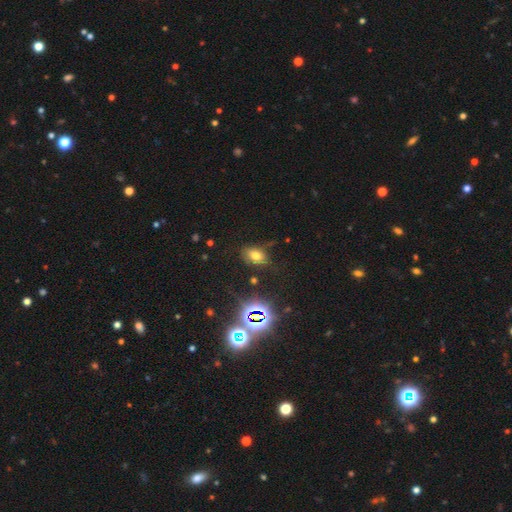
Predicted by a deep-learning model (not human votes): smooth_or_featured: smooth (p=0.63) [alt: star or artifact p=0.25]
how_rounded: in between (p=0.82) [alt: round p=0.17]
merging: none (p=0.75) [alt: minor disturbance p=0.17]